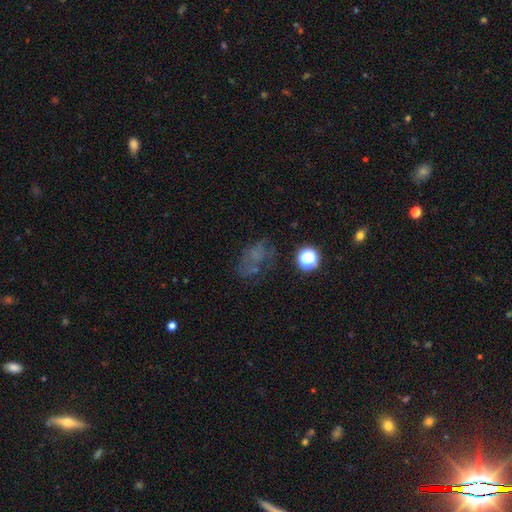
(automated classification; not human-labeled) smooth-or-featured: smooth: 39% | featured or disk: 33% | star or artifact: 28%
  merging: none: 47% | major disturbance: 24% | minor disturbance: 21% | merger: 8%